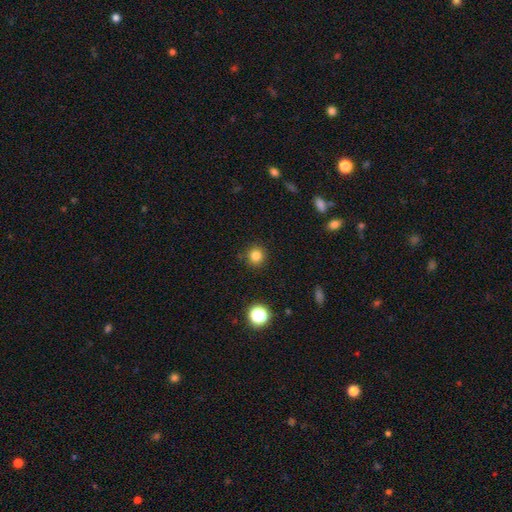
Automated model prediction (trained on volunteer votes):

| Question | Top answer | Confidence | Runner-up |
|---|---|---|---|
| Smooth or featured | smooth | 82% | star or artifact (14%) |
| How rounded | round | 93% | in between (6%) |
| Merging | none | 89% | minor disturbance (7%) |